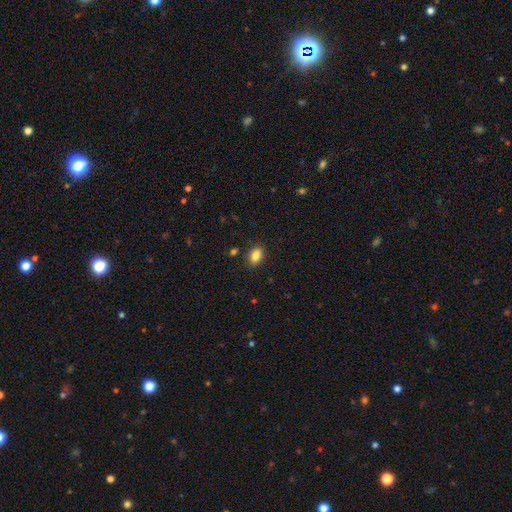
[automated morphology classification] type=smooth (85%); roundness=in between (79%); merging=none (86%).